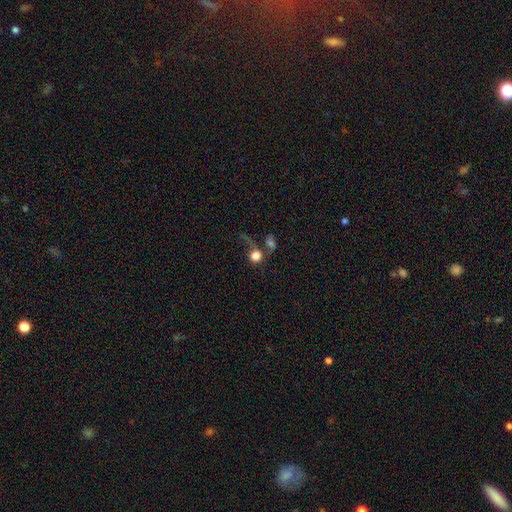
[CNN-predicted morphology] A smooth galaxy with no disk features (68%) that is round (84%). Merging: merger (42%).